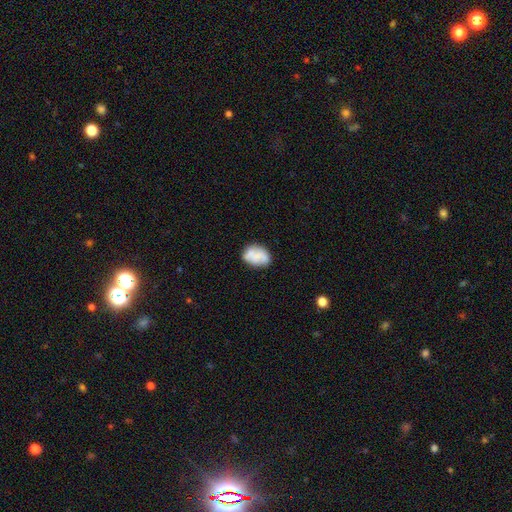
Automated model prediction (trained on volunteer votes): Morphology: type=smooth (66%); roundness=in between (78%); merging=none (62%).